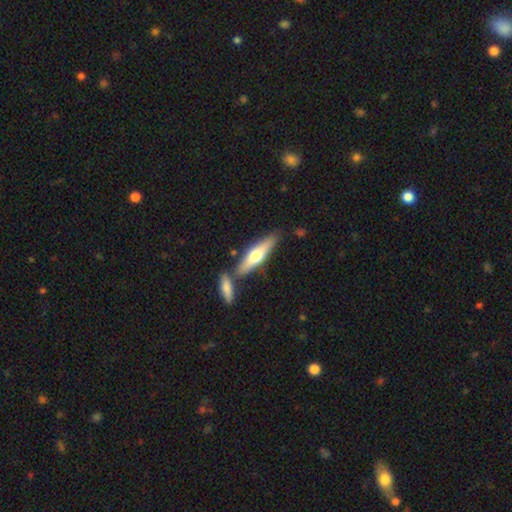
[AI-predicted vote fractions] The model was most divided on "smooth or featured": smooth: 55%, featured or disk: 40%, star or artifact: 5%. More confident: merging — none (71%); how rounded — cigar-shaped (69%).